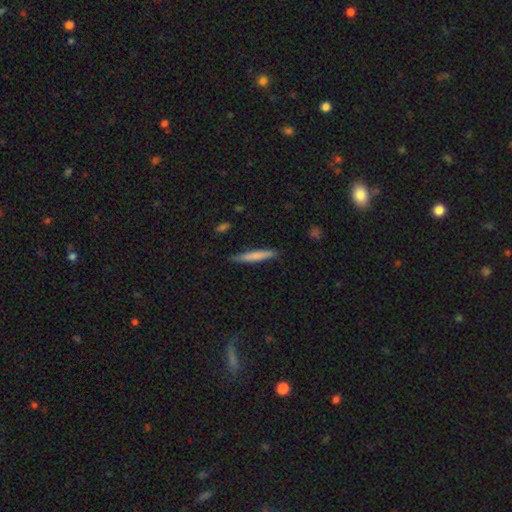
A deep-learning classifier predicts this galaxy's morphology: A smooth galaxy with no disk features (75%) that is cigar-shaped (94%). Merging: none (83%).